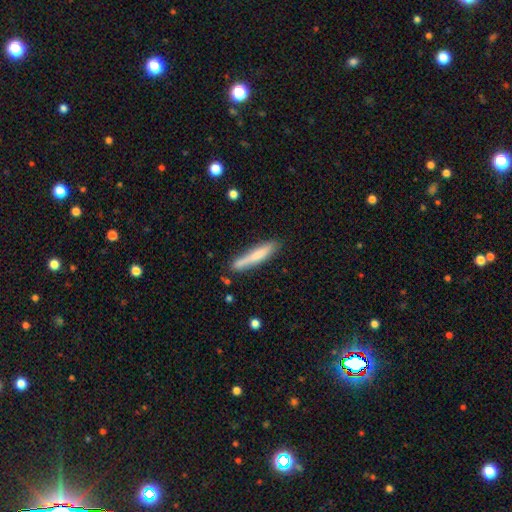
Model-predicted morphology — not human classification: smooth_or_featured: smooth (p=0.67) [alt: featured or disk p=0.27]
how_rounded: cigar-shaped (p=0.91) [alt: in between p=0.07]
merging: none (p=0.73) [alt: minor disturbance p=0.18]